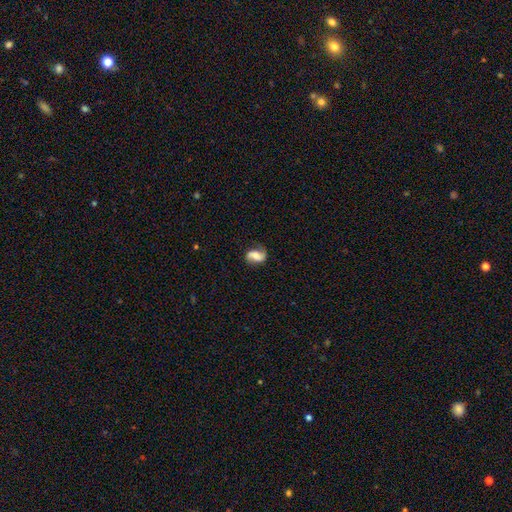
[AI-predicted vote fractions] smooth_or_featured: featured or disk (p=0.53) [alt: smooth p=0.38]
disk_edge_on: no (p=0.96) [alt: yes p=0.04]
bar: no (p=0.42) [alt: weak p=0.36]
has_spiral_arms: yes (p=0.90) [alt: no p=0.10]
bulge_size: moderate (p=0.34) [alt: small p=0.24]
merging: none (p=0.71) [alt: minor disturbance p=0.20]